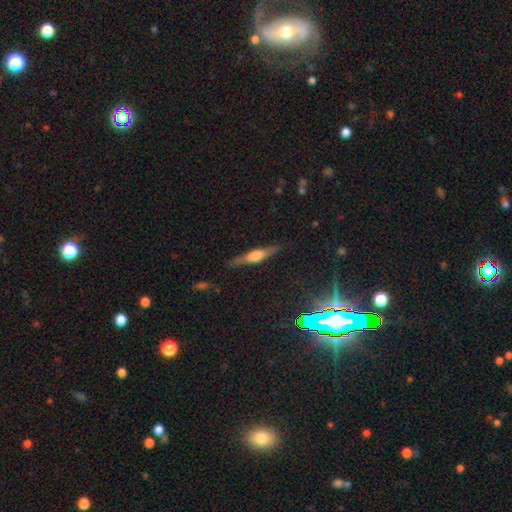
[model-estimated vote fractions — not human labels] smooth_or_featured: featured or disk (p=0.61) [alt: smooth p=0.32]
disk_edge_on: yes (p=0.95) [alt: no p=0.05]
edge_on_bulge: rounded (p=0.70) [alt: boxy p=0.24]
merging: none (p=0.85) [alt: minor disturbance p=0.11]